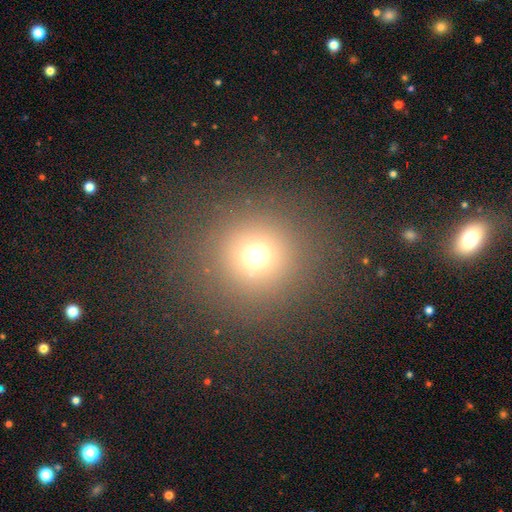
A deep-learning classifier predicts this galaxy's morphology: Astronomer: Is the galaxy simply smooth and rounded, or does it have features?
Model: smooth — 69%.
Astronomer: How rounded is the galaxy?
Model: round — 93%.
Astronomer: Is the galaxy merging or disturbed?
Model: none — 86%.